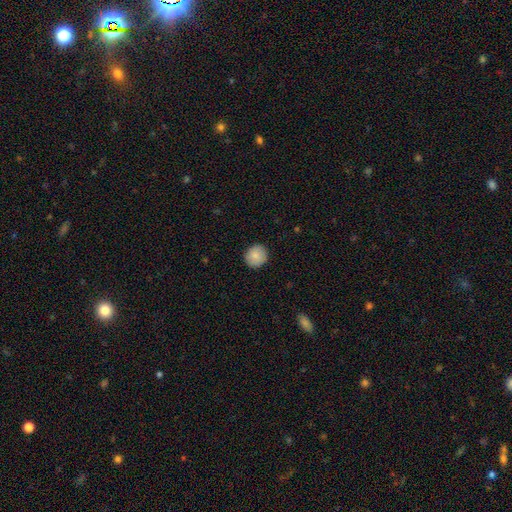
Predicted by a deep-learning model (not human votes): smooth 85%, featured or disk 7%, star or artifact 7%. Down the decision tree: how rounded — round (87%); merging — none (88%).